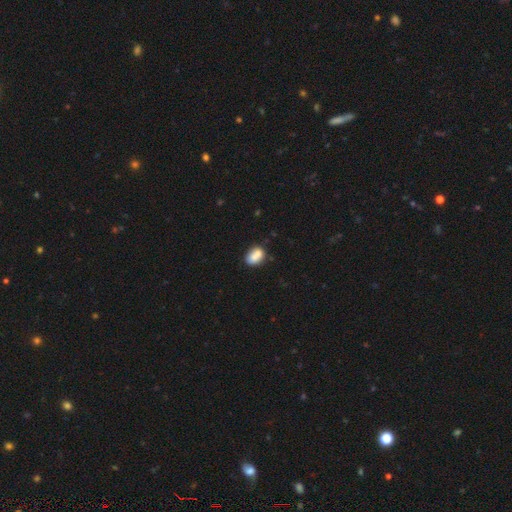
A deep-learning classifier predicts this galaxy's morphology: Smooth or featured? Predicted: smooth (p=0.79). How rounded? Predicted: in between (p=0.76). Merging? Predicted: none (p=0.50).